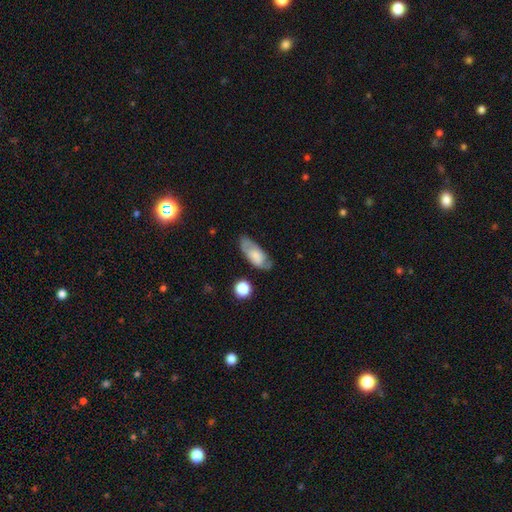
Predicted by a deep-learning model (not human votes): Q: Smooth or featured?
A: smooth (62%); runner-up: featured or disk (30%)
Q: How rounded?
A: in between (82%); runner-up: cigar-shaped (14%)
Q: Merging?
A: none (64%); runner-up: minor disturbance (24%)